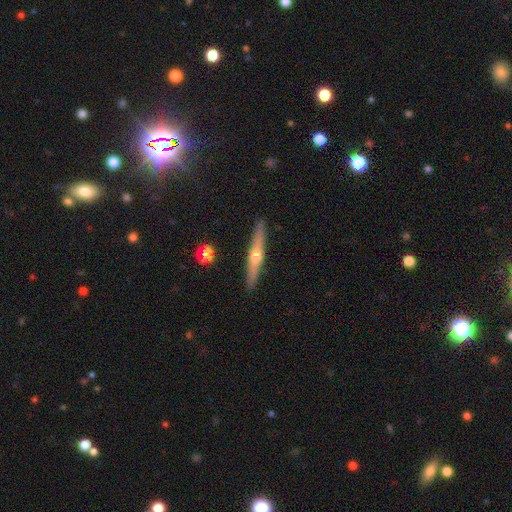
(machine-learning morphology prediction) Smooth or featured? featured or disk (67%)
Edge-on disk? yes (96%)
Edge-on bulge? rounded (90%)
Merging? none (91%)